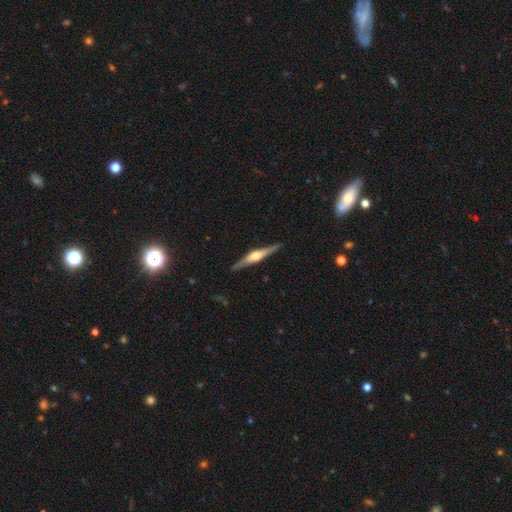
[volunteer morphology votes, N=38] This is clearly a featured or disk galaxy (87%). It is clearly viewed edge-on (100%). Edge-on bulge: clearly rounded (94%). Merging: clearly none (94%).